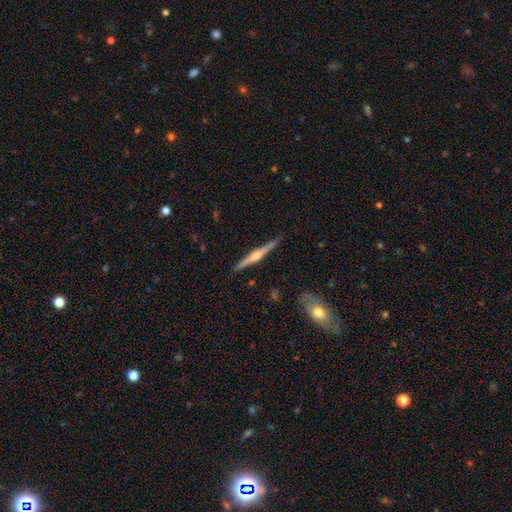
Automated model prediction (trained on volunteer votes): smooth-or-featured: featured or disk: 79% | smooth: 16% | star or artifact: 5%
  disk-edge-on: yes: 98% | no: 2%
    edge-on-bulge: rounded: 88% | boxy: 7% | none: 5%
  merging: none: 91% | minor disturbance: 7% | major disturbance: 1% | merger: 1%